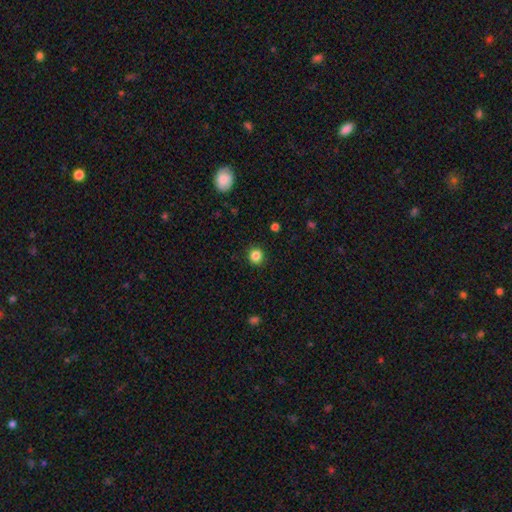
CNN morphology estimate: smooth_or_featured: smooth (p=0.84) [alt: star or artifact p=0.12]
how_rounded: round (p=0.92) [alt: in between p=0.07]
merging: none (p=0.92) [alt: minor disturbance p=0.06]